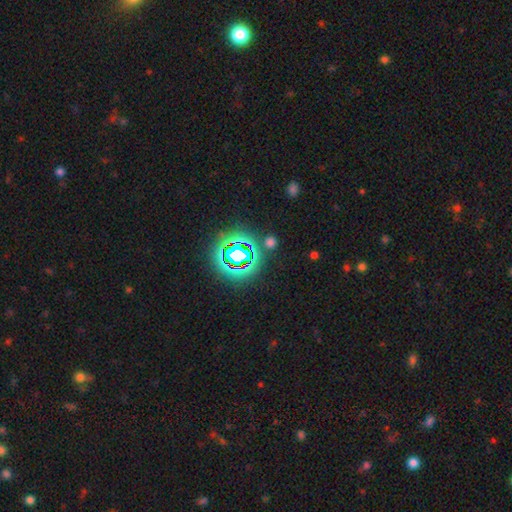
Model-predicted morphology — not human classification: Smooth or featured: star or artifact — 80% (smooth — 13%)